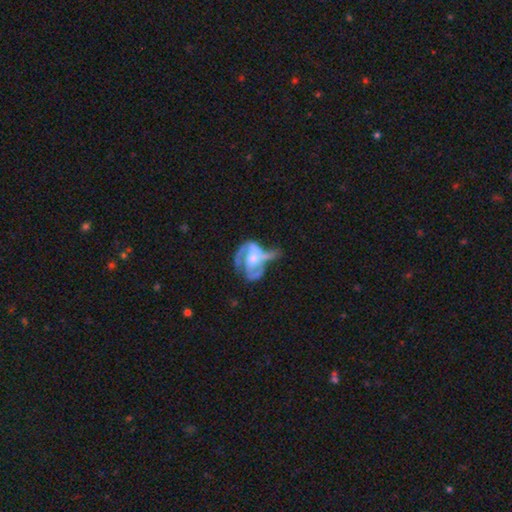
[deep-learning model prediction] smooth_or_featured: featured or disk (p=0.77) [alt: smooth p=0.16]
disk_edge_on: no (p=0.97) [alt: yes p=0.03]
bar: no (p=0.59) [alt: weak p=0.30]
has_spiral_arms: yes (p=0.76) [alt: no p=0.24]
spiral_winding: medium (p=0.45) [alt: loose p=0.28]
spiral_arm_count: 2 (p=0.53) [alt: can't tell p=0.18]
bulge_size: moderate (p=0.57) [alt: small p=0.21]
merging: major disturbance (p=0.41) [alt: none p=0.22]